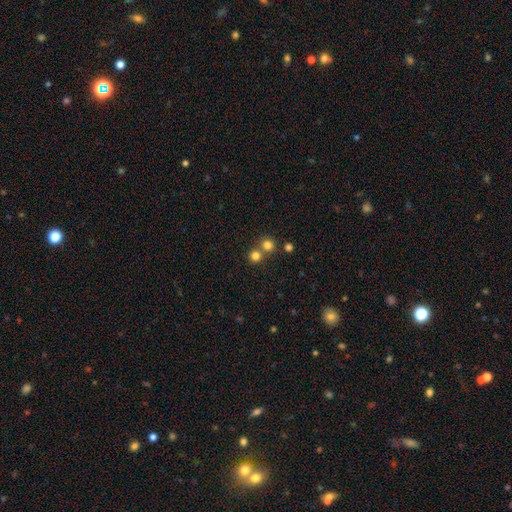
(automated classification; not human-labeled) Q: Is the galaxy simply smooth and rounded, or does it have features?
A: smooth — 78%.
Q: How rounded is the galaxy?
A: round — 91%.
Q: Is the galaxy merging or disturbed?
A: none — 60%.